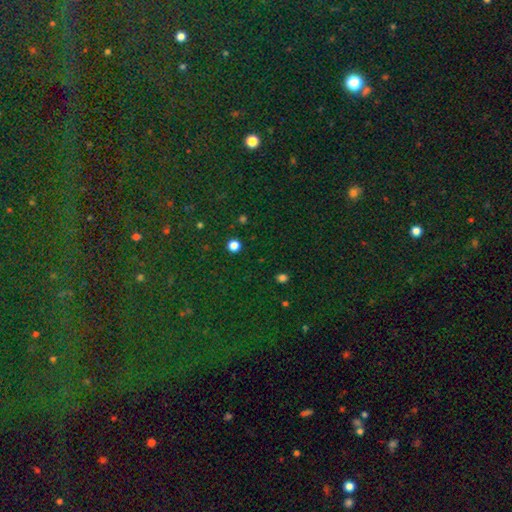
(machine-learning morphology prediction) Smooth or featured? star or artifact (81%)